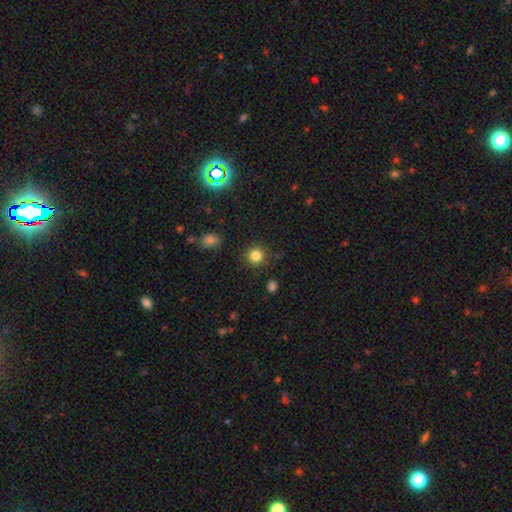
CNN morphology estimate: type=smooth (82%); roundness=round (93%); merging=none (89%).